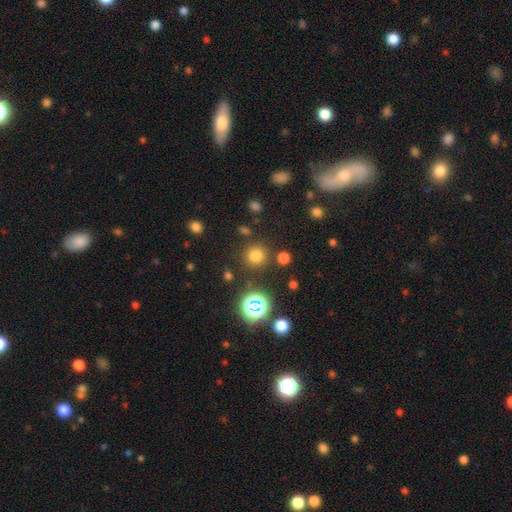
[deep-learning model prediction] The model was most divided on "smooth or featured": smooth: 72%, star or artifact: 22%, featured or disk: 6%. More confident: how rounded — round (94%); merging — none (86%).